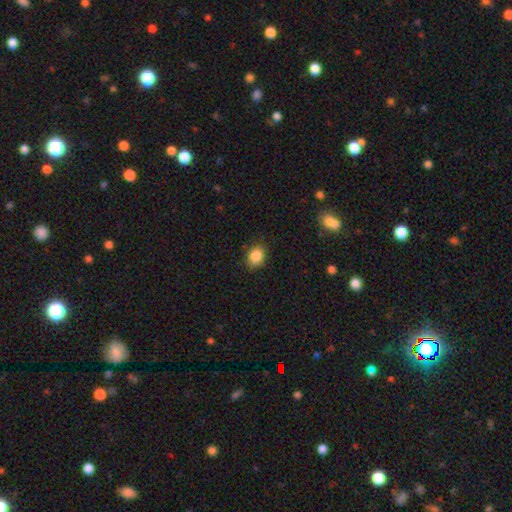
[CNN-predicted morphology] A smooth galaxy with no disk features (86%) that is round (53%).

Vote fractions:
- Smooth or featured? smooth: 86% / star or artifact: 10% / featured or disk: 5%
- How rounded? round: 53% / in between: 46% / cigar-shaped: 1%
- Merging? none: 84% / minor disturbance: 12% / major disturbance: 3% / merger: 1%